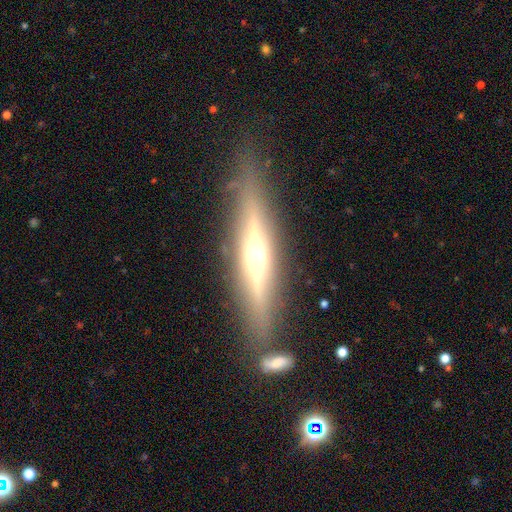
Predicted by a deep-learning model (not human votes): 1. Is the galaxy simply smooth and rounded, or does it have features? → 78% featured or disk, 15% smooth, 7% star or artifact.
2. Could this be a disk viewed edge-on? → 95% yes, 5% no.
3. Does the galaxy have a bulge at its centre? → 85% rounded, 8% boxy, 7% none.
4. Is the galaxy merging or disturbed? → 78% none, 12% minor disturbance, 6% merger, 4% major disturbance.